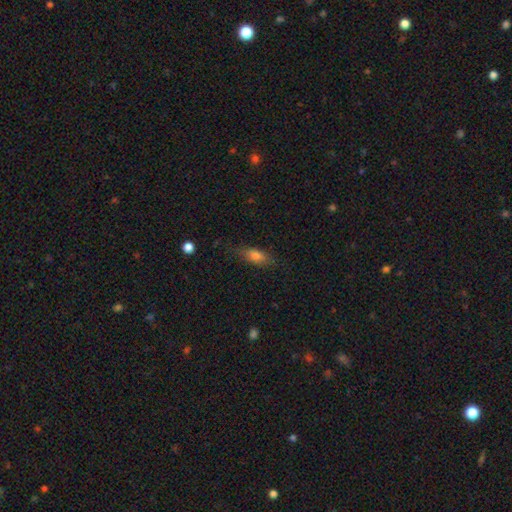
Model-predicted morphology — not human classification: smooth-or-featured: smooth: 74% | featured or disk: 17% | star or artifact: 9%
  how-rounded: in between: 70% | cigar-shaped: 25% | round: 5%
  merging: none: 76% | minor disturbance: 18% | major disturbance: 5% | merger: 1%